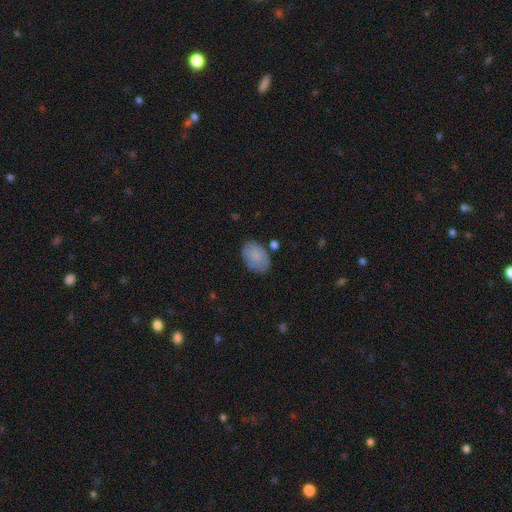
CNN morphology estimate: Smooth or featured: smooth — 80% (featured or disk — 13%)
How rounded: in between — 87% (round — 11%)
Merging: none — 72% (minor disturbance — 19%)